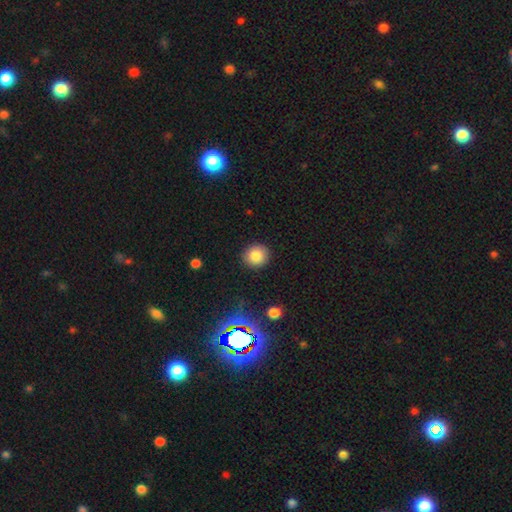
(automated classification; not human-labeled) smooth-or-featured: smooth: 84% | star or artifact: 11% | featured or disk: 5%
  how-rounded: round: 89% | in between: 10% | cigar-shaped: 1%
  merging: none: 90% | minor disturbance: 7% | major disturbance: 2% | merger: 1%